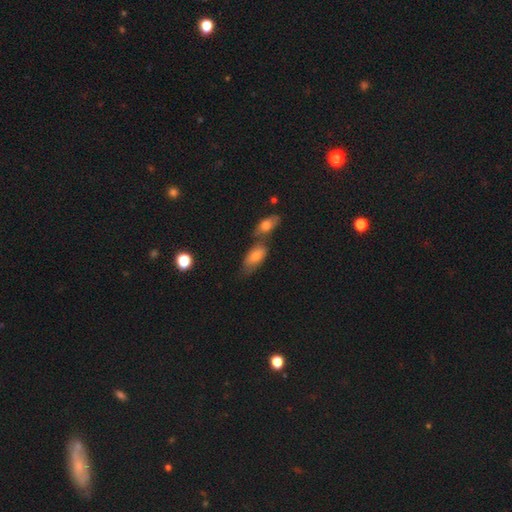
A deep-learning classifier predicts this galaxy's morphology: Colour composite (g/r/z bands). It shows a smooth galaxy with no disk features (68%) that is in between round and cigar-shaped (87%). Merging: none (42%).